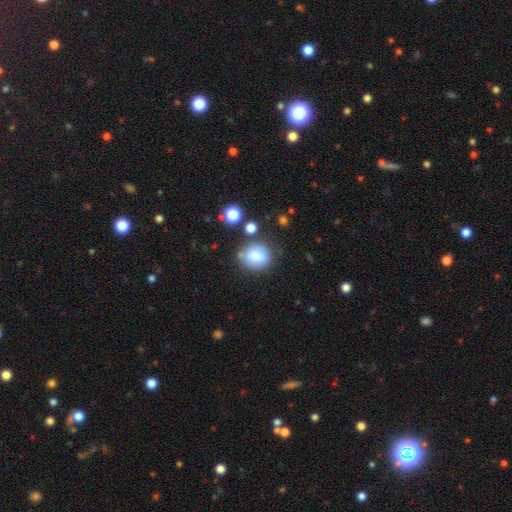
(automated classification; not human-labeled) The model was most divided on "how rounded": round: 71%, in between: 28%, cigar-shaped: 1%. More confident: smooth or featured — smooth (80%); merging — none (68%).